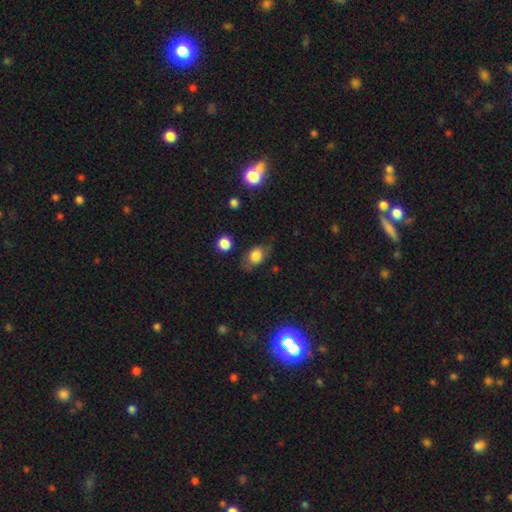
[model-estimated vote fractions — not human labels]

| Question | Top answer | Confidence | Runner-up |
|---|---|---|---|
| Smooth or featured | smooth | 74% | featured or disk (16%) |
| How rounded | in between | 74% | round (23%) |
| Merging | none | 66% | minor disturbance (23%) |